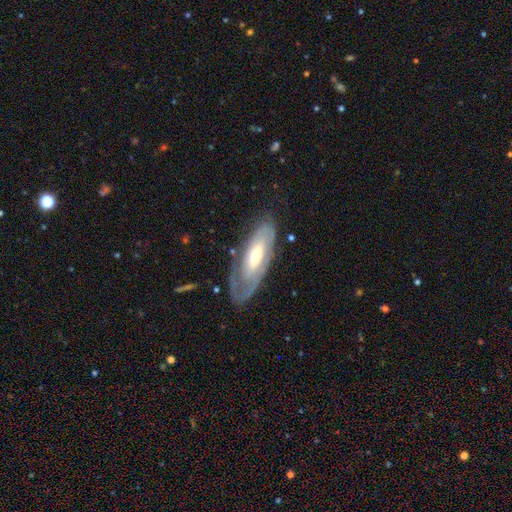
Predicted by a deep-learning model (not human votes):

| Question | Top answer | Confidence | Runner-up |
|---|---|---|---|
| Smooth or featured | featured or disk | 70% | smooth (25%) |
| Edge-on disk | no | 85% | yes (15%) |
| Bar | no | 64% | weak (26%) |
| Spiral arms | yes | 71% | no (29%) |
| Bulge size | moderate | 55% | small (35%) |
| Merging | none | 61% | minor disturbance (22%) |